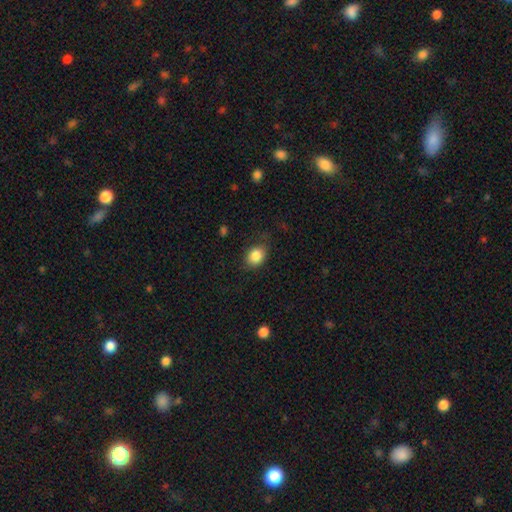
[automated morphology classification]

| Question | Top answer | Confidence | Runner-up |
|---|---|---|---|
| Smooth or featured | smooth | 85% | star or artifact (9%) |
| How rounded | in between | 53% | round (46%) |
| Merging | none | 74% | minor disturbance (18%) |